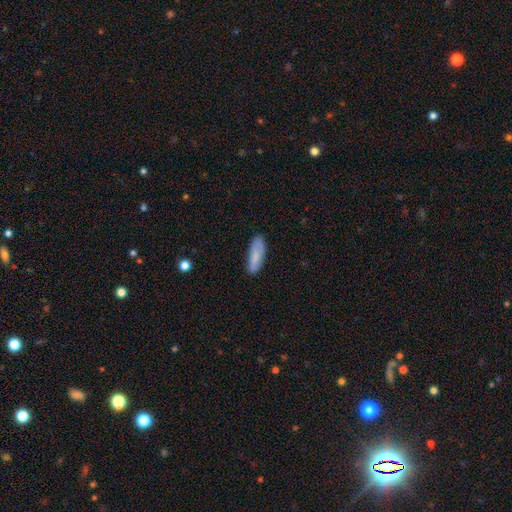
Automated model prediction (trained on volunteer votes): Q: Smooth or featured?
A: smooth (78%); runner-up: featured or disk (16%)
Q: How rounded?
A: in between (59%); runner-up: cigar-shaped (39%)
Q: Merging?
A: none (79%); runner-up: minor disturbance (16%)